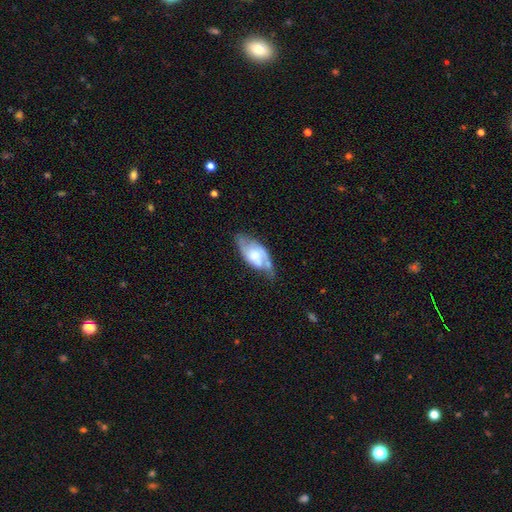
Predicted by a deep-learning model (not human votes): Smooth or featured?
  - featured or disk: 70% *
  - smooth: 24%
  - star or artifact: 6%
Edge-on disk?
  - no: 92% *
  - yes: 8%
Bar?
  - no: 55% *
  - weak: 36%
  - strong: 9%
Spiral arms?
  - yes: 87% *
  - no: 13%
Spiral winding?
  - medium: 47% *
  - loose: 31%
  - tight: 23%
Spiral arm count?
  - 2: 76% *
  - can't tell: 11%
  - 1: 8%
  - 3: 3%
  - 4: 1%
  - more than 4: 1%
Bulge size?
  - moderate: 41% *
  - small: 24%
  - large: 21%
  - none: 11%
  - dominant: 2%
Merging?
  - none: 55% *
  - minor disturbance: 28%
  - major disturbance: 13%
  - merger: 4%